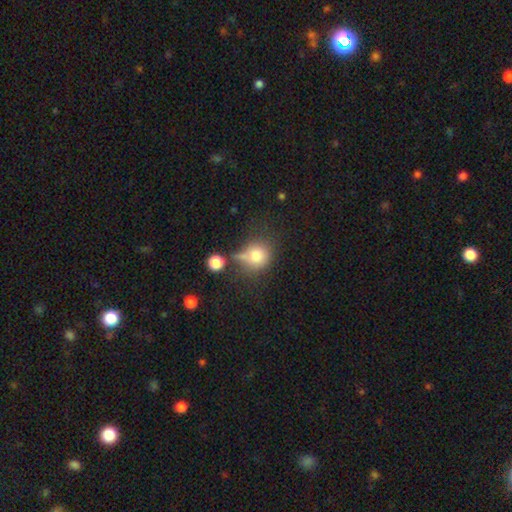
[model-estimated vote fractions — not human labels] This is likely a smooth galaxy (76%). How rounded: likely round (80%). Merging: possibly none (46%).